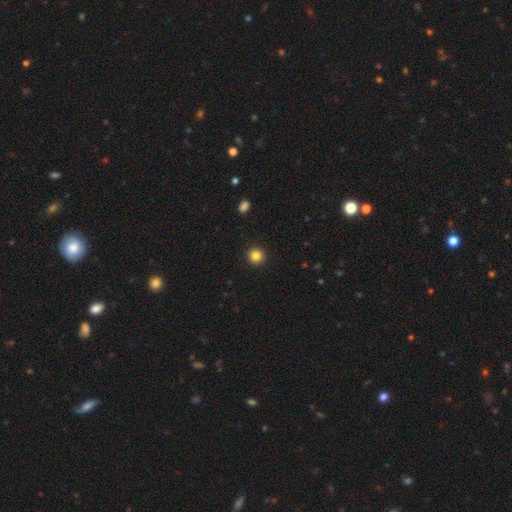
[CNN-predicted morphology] type=smooth (85%); roundness=round (95%); merging=none (93%).